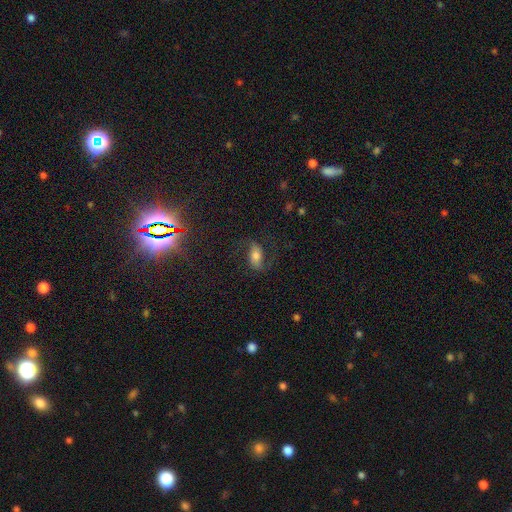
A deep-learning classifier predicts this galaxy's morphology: Smooth or featured?
  - featured or disk: 52% *
  - smooth: 36%
  - star or artifact: 12%
Edge-on disk?
  - no: 90% *
  - yes: 10%
Merging?
  - none: 68% *
  - minor disturbance: 16%
  - major disturbance: 14%
  - merger: 2%